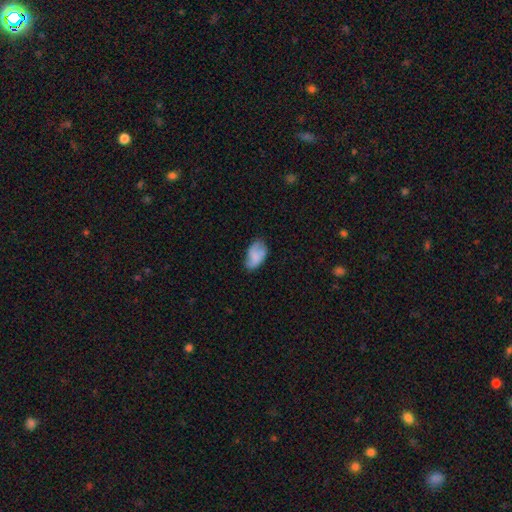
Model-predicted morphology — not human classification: Smooth or featured? Predicted: smooth (p=0.63). How rounded? Predicted: in between (p=0.91). Merging? Predicted: none (p=0.53).